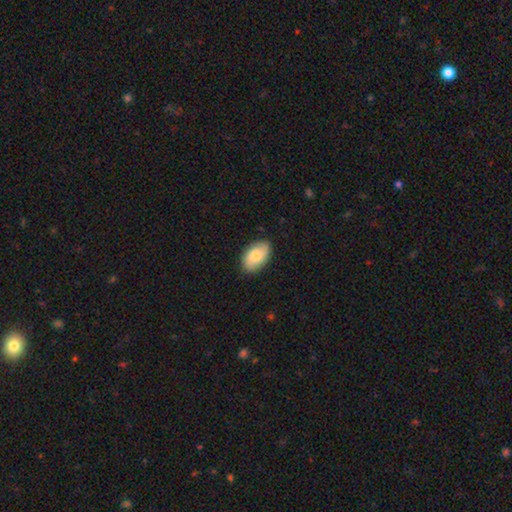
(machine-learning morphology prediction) Smooth or featured: smooth — 73% (featured or disk — 21%)
How rounded: in between — 93% (round — 6%)
Merging: none — 85% (minor disturbance — 12%)